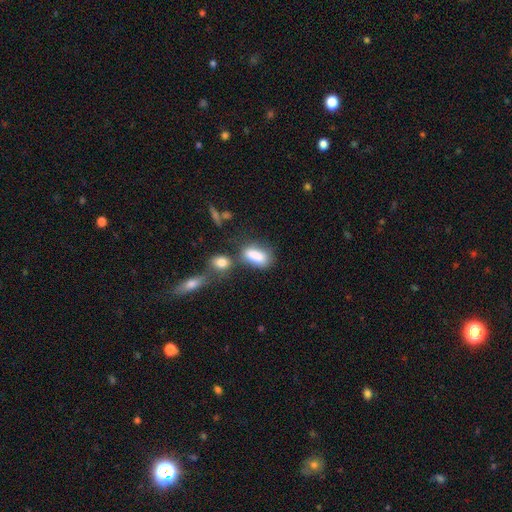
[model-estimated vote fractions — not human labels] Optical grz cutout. It shows a smooth galaxy with no disk features (81%) that is in between round and cigar-shaped (84%). Merging: none (42%).